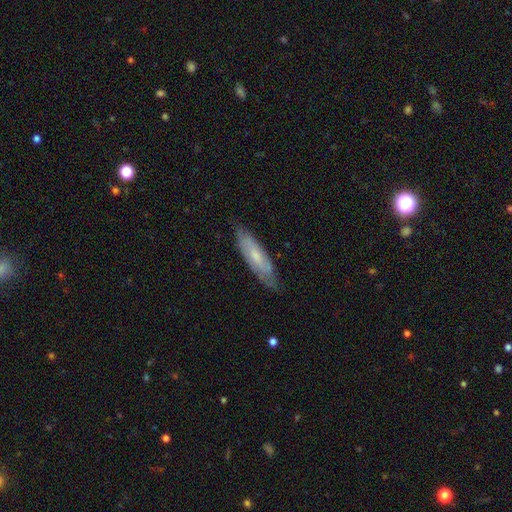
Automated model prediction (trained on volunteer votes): smooth_or_featured: featured or disk (p=0.54) [alt: smooth p=0.40]
disk_edge_on: no (p=0.67) [alt: yes p=0.33]
merging: none (p=0.74) [alt: minor disturbance p=0.21]